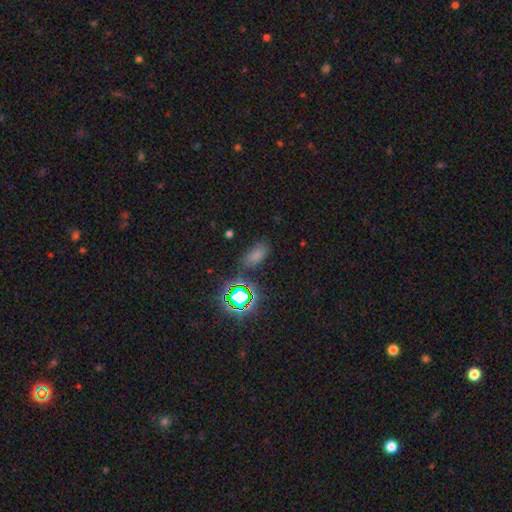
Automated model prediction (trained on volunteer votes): Smooth or featured: smooth — 63% (star or artifact — 28%)
How rounded: in between — 89% (round — 8%)
Merging: none — 68% (minor disturbance — 20%)